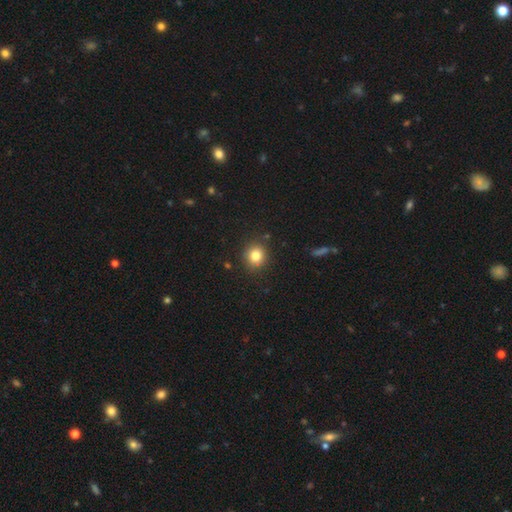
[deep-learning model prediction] smooth-or-featured: smooth: 81% | star or artifact: 12% | featured or disk: 7%
  how-rounded: round: 86% | in between: 13% | cigar-shaped: 1%
  merging: none: 88% | minor disturbance: 8% | major disturbance: 2% | merger: 2%